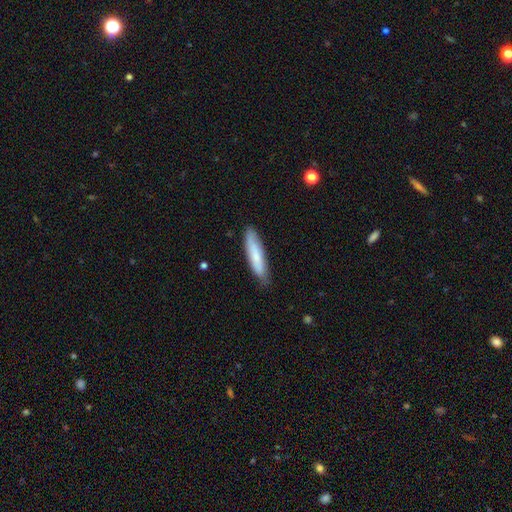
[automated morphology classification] Smooth or featured? Predicted: smooth (p=0.74). How rounded? Predicted: cigar-shaped (p=0.80). Merging? Predicted: none (p=0.82).